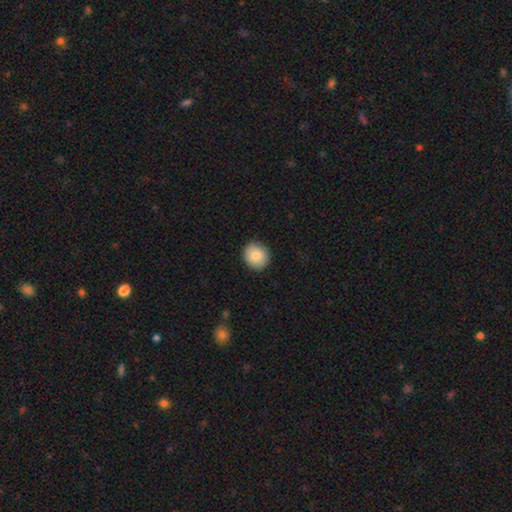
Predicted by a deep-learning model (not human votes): Smooth or featured? smooth (85%)
How rounded? round (83%)
Merging? none (90%)